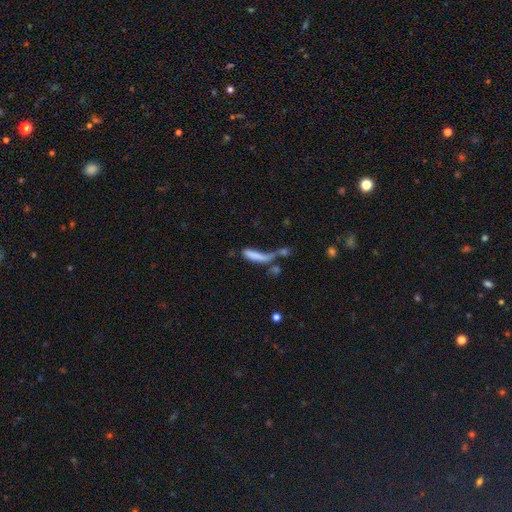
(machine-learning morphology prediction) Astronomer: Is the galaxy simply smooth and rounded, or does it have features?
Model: smooth — 66%.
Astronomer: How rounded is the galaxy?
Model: cigar-shaped — 69%.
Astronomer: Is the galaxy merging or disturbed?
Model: merger — 45% (runner-up: major disturbance, 23%).